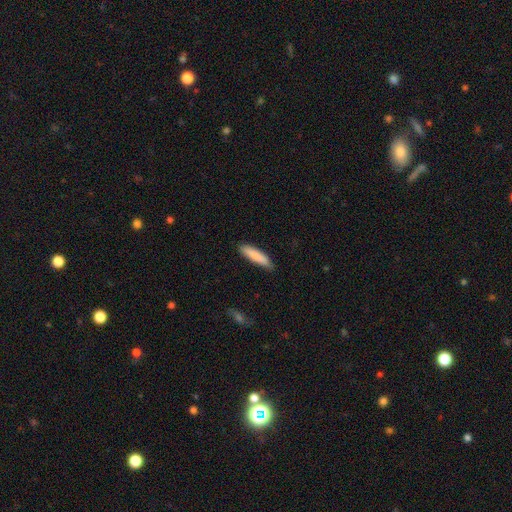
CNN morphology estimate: Overall: smooth (86%). How rounded: cigar-shaped (79%). Merging: none (83%).